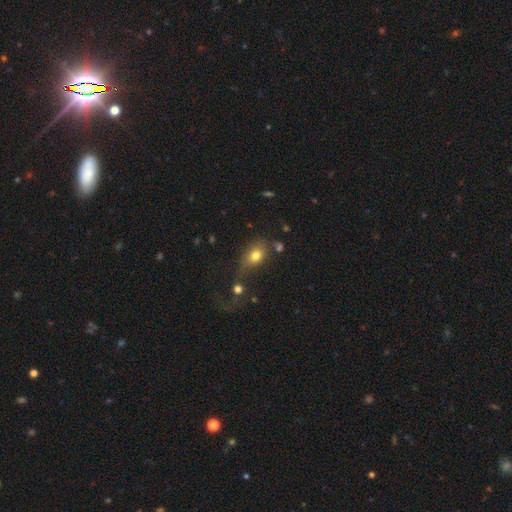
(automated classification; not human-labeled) smooth_or_featured: smooth (p=0.78) [alt: featured or disk p=0.11]
how_rounded: in between (p=0.70) [alt: round p=0.28]
merging: none (p=0.51) [alt: minor disturbance p=0.21]